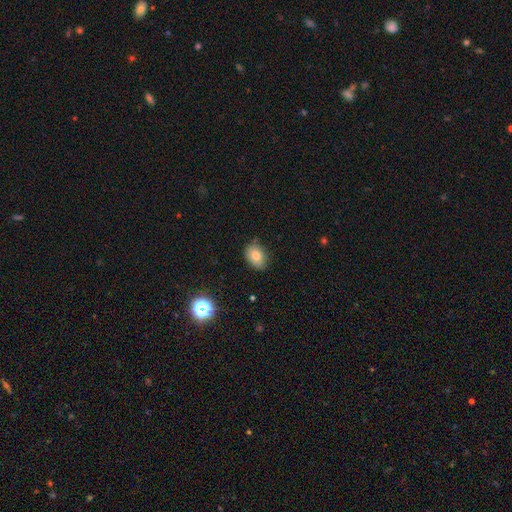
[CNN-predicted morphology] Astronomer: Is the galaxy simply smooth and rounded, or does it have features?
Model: smooth — 79%.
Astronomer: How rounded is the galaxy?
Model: in between — 74%.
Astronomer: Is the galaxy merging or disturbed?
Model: none — 80%.